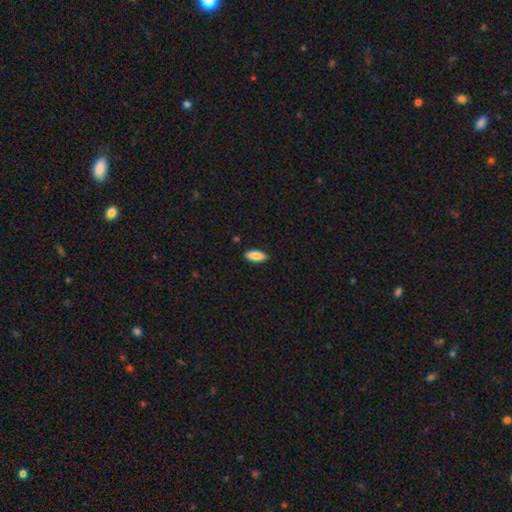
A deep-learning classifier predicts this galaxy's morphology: Overall: smooth (87%). How rounded: in between (84%). Merging: none (89%).